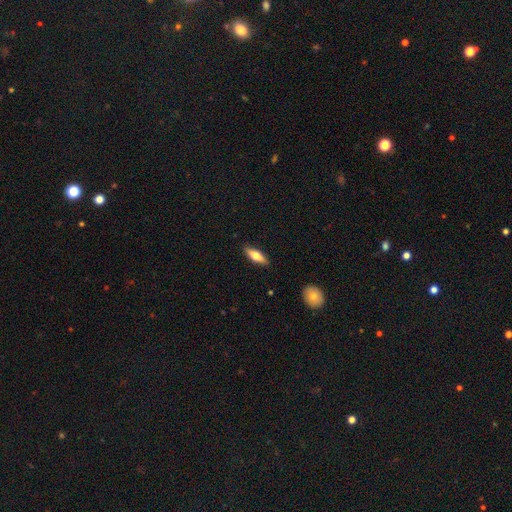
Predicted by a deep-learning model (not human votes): A smooth galaxy with no disk features (59%) that is in between round and cigar-shaped (52%). Merging: none (87%).